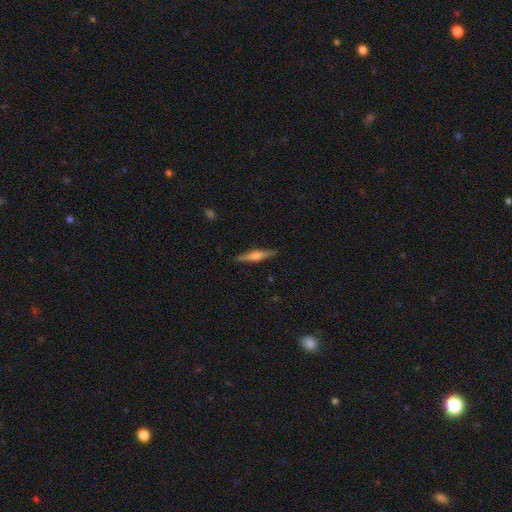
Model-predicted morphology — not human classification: The model was most divided on "smooth or featured": featured or disk: 61%, smooth: 33%, star or artifact: 6%. More confident: edge-on disk — yes (97%); merging — none (90%); edge-on bulge — rounded (79%).